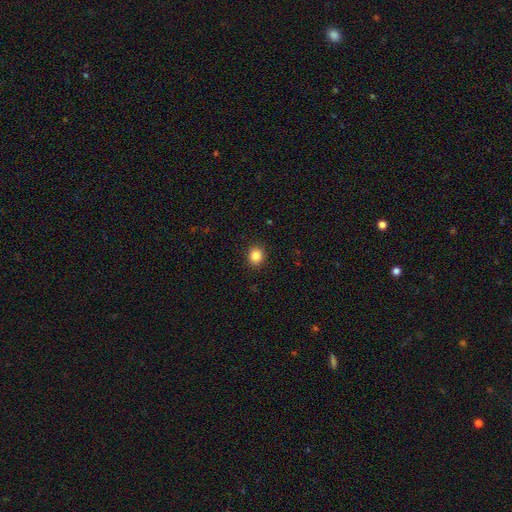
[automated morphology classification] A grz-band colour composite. It shows a smooth galaxy with no disk features (86%) that is round (74%). Merging: none (91%).